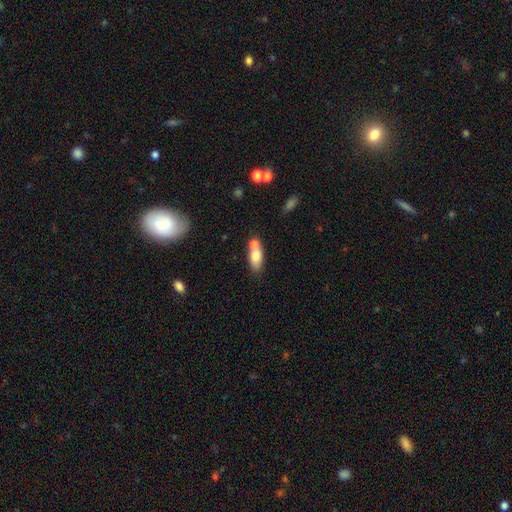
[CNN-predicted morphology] A smooth galaxy with no disk features (77%) that is in between round and cigar-shaped (79%).

Vote fractions:
- Smooth or featured? smooth: 77% / featured or disk: 15% / star or artifact: 8%
- How rounded? in between: 79% / cigar-shaped: 15% / round: 6%
- Merging? none: 43% / merger: 39% / minor disturbance: 14% / major disturbance: 5%